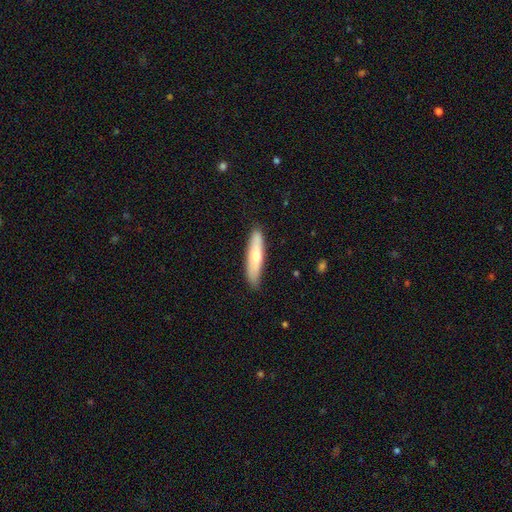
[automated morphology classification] Smooth or featured?
  - smooth: 61% *
  - featured or disk: 33%
  - star or artifact: 6%
How rounded?
  - cigar-shaped: 75% *
  - in between: 23%
  - round: 2%
Merging?
  - none: 84% *
  - minor disturbance: 12%
  - major disturbance: 2%
  - merger: 1%